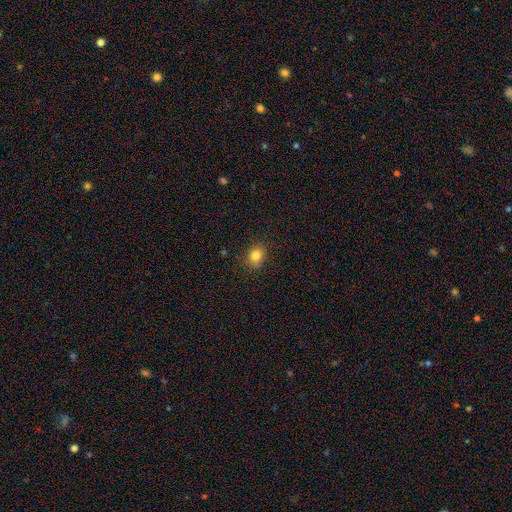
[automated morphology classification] A smooth galaxy with no disk features (83%) that is round (57%). Merging: none (82%).